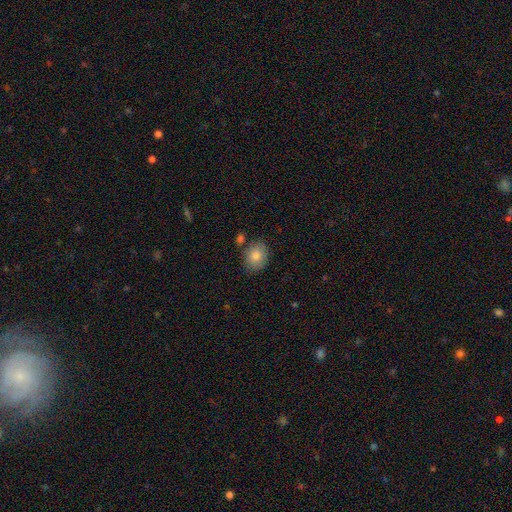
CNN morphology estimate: The model was most divided on "how rounded": in between: 59%, round: 40%, cigar-shaped: 1%. More confident: smooth or featured — smooth (82%); merging — none (78%).